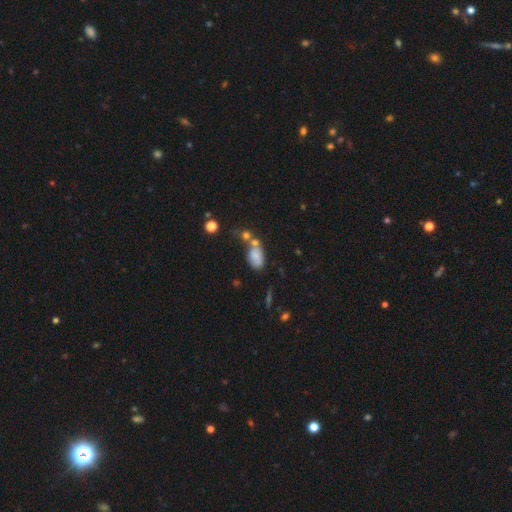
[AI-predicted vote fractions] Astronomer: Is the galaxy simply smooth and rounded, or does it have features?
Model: smooth — 71%.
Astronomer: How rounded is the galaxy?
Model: in between — 87%.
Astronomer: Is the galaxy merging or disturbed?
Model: none — 36% (runner-up: merger, 33%).